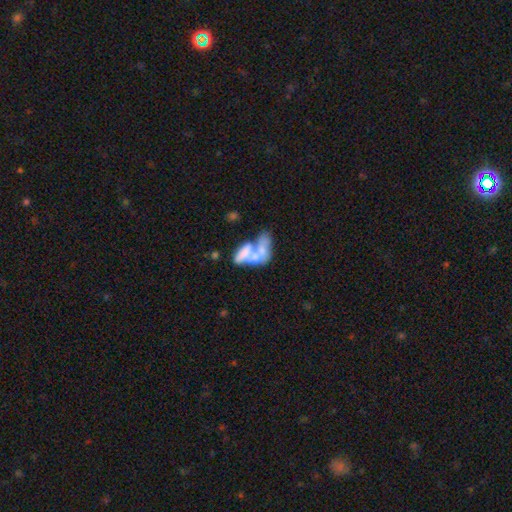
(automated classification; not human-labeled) A featured or disk galaxy (47%).

Vote fractions:
- Smooth or featured? featured or disk: 47% / smooth: 44% / star or artifact: 9%
- Merging? merger: 69% / major disturbance: 13% / none: 11% / minor disturbance: 7%